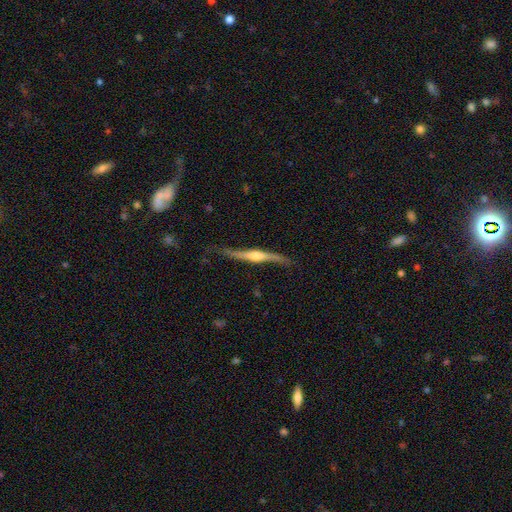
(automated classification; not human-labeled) Smooth or featured?
  - featured or disk: 81% *
  - smooth: 15%
  - star or artifact: 5%
Edge-on disk?
  - yes: 89% *
  - no: 11%
Edge-on bulge?
  - rounded: 85% *
  - boxy: 8%
  - none: 7%
Merging?
  - none: 65% *
  - minor disturbance: 25%
  - major disturbance: 8%
  - merger: 2%